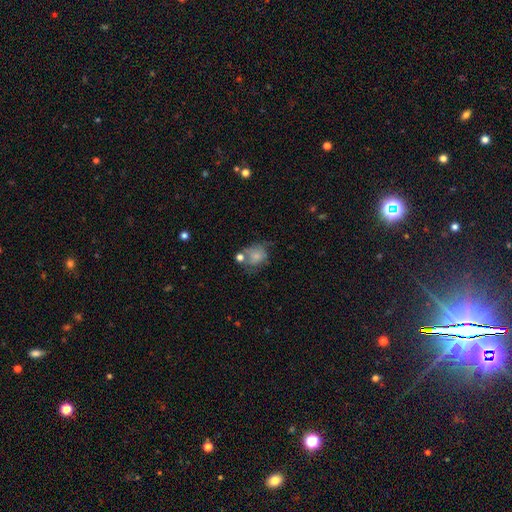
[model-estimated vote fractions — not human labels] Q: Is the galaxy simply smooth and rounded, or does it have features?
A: smooth — 67%.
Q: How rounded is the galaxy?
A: round — 56%.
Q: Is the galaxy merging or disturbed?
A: none — 36%.